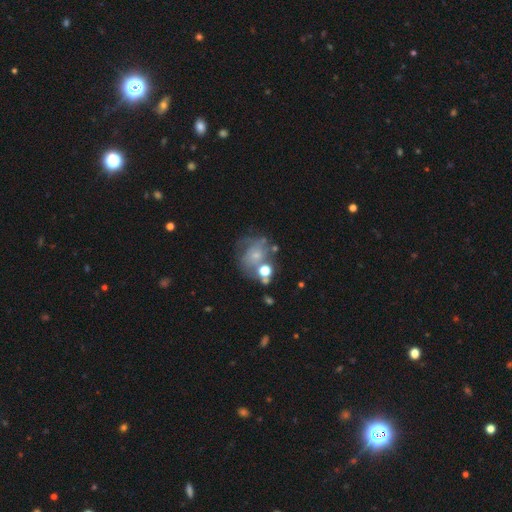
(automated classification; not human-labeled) Smooth or featured? featured or disk (47%)
Merging? none (43%)